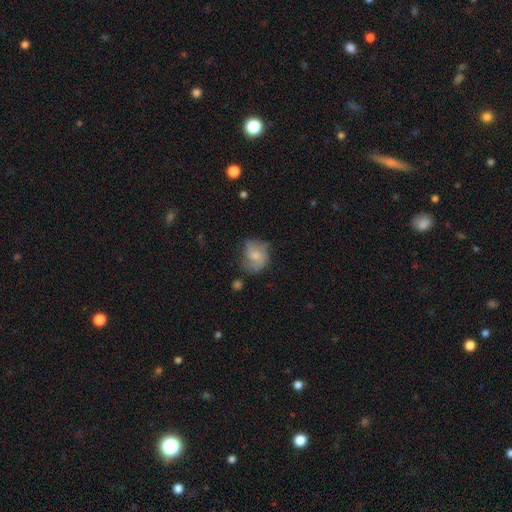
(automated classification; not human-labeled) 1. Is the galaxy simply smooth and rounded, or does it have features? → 53% smooth, 38% featured or disk, 8% star or artifact.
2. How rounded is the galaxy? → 60% round, 39% in between, 1% cigar-shaped.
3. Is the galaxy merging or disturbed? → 48% none, 30% minor disturbance, 19% major disturbance, 3% merger.